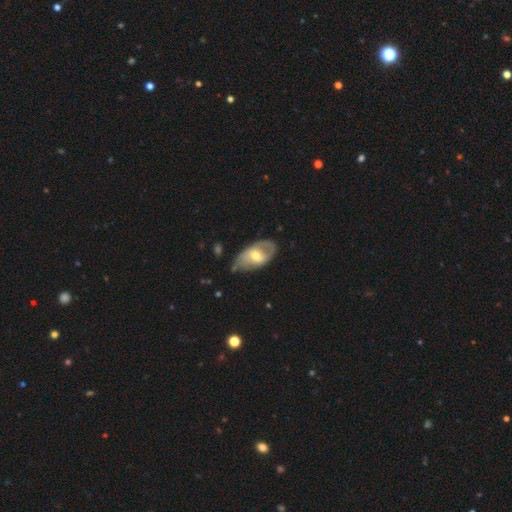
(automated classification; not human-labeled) Smooth or featured?
  - featured or disk: 54% *
  - smooth: 40%
  - star or artifact: 5%
Edge-on disk?
  - no: 90% *
  - yes: 10%
Merging?
  - none: 54% *
  - minor disturbance: 32%
  - major disturbance: 11%
  - merger: 3%